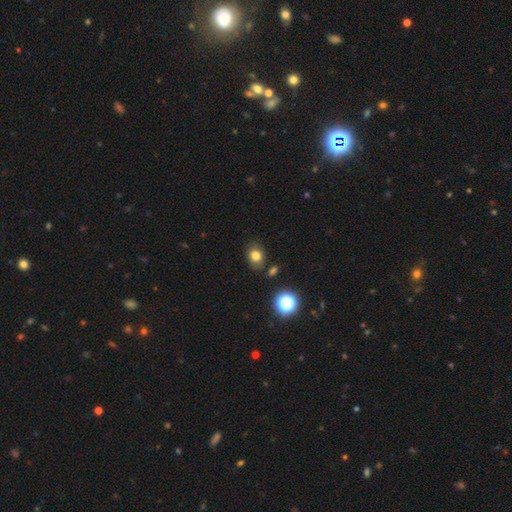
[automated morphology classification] The model was most divided on "how rounded": in between: 51%, round: 48%, cigar-shaped: 1%. More confident: merging — none (79%); smooth or featured — smooth (79%).